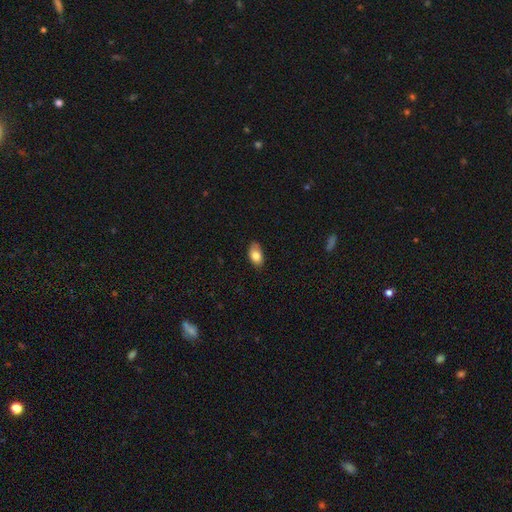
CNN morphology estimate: This is clearly a smooth galaxy (82%). How rounded: clearly in between (91%). Merging: likely none (77%).